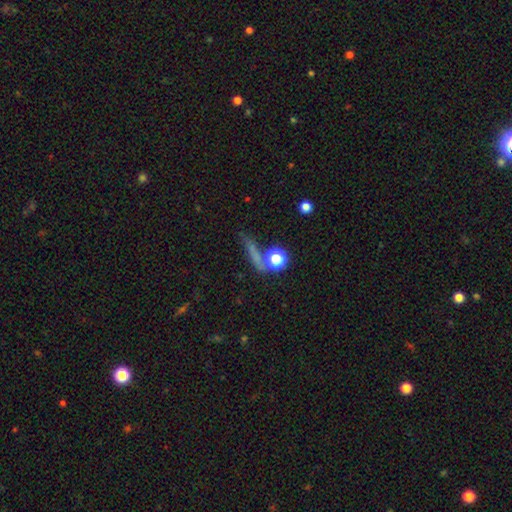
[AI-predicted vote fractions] Smooth or featured? Predicted: smooth (p=0.54). How rounded? Predicted: cigar-shaped (p=0.53). Merging? Predicted: none (p=0.64).